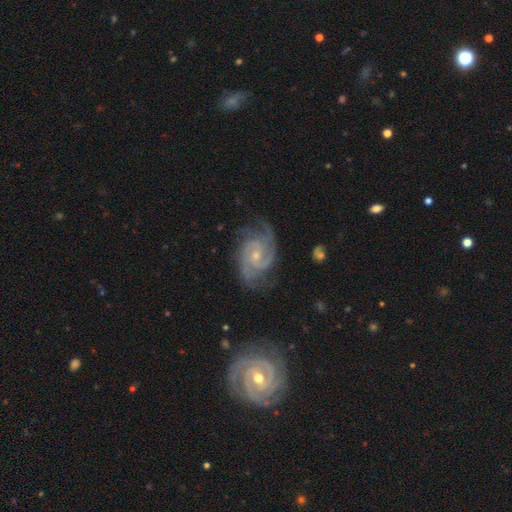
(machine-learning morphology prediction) A featured or disk galaxy (91%) with no bar (60%), 3 (34%) tight (51%) spiral arms (98%) and a small central bulge (70%). Merging: none (71%).